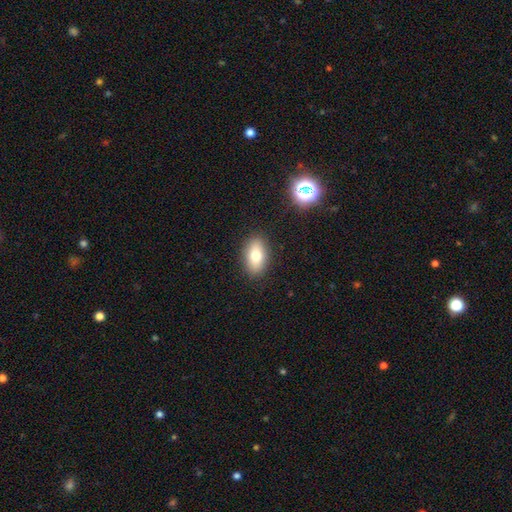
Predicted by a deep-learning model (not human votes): smooth_or_featured: smooth (p=0.76) [alt: featured or disk p=0.15]
how_rounded: in between (p=0.88) [alt: round p=0.07]
merging: none (p=0.88) [alt: minor disturbance p=0.08]